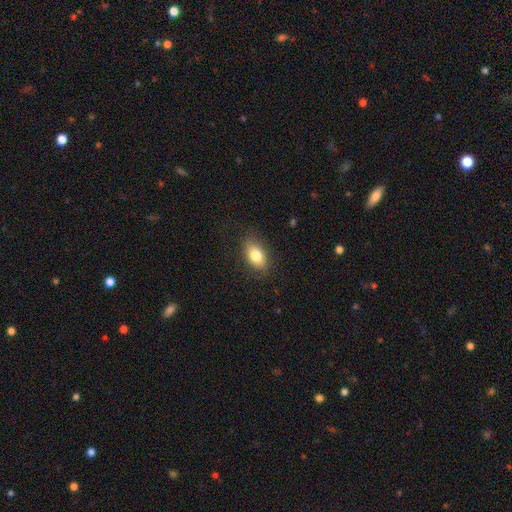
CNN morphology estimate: Q: Smooth or featured?
A: smooth (80%); runner-up: featured or disk (12%)
Q: How rounded?
A: in between (86%); runner-up: round (10%)
Q: Merging?
A: none (84%); runner-up: minor disturbance (12%)